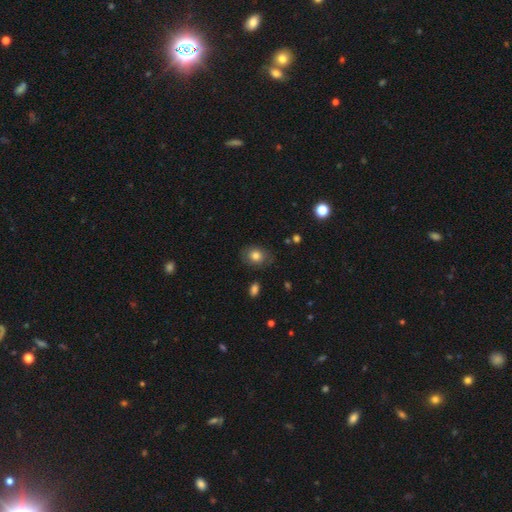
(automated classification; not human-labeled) Smooth or featured?
  - smooth: 79% *
  - featured or disk: 11%
  - star or artifact: 10%
How rounded?
  - round: 55% *
  - in between: 44%
  - cigar-shaped: 1%
Merging?
  - none: 79% *
  - minor disturbance: 15%
  - major disturbance: 4%
  - merger: 2%